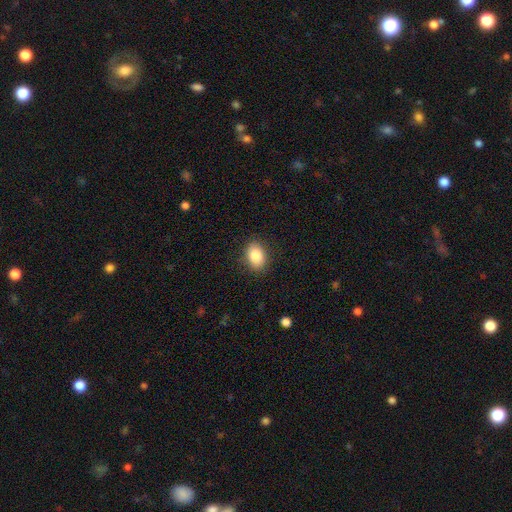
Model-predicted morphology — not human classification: smooth-or-featured: smooth: 85% | star or artifact: 8% | featured or disk: 7%
  how-rounded: in between: 76% | round: 22% | cigar-shaped: 1%
  merging: none: 87% | minor disturbance: 9% | major disturbance: 3% | merger: 1%